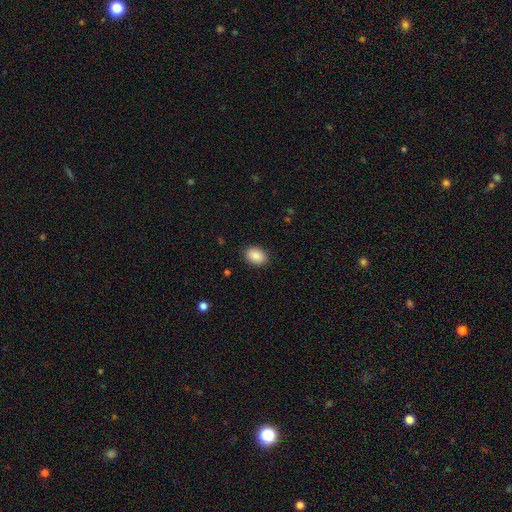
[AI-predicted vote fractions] smooth-or-featured: smooth: 87% | star or artifact: 8% | featured or disk: 5%
  how-rounded: in between: 72% | round: 27% | cigar-shaped: 1%
  merging: none: 88% | minor disturbance: 9% | major disturbance: 2% | merger: 1%